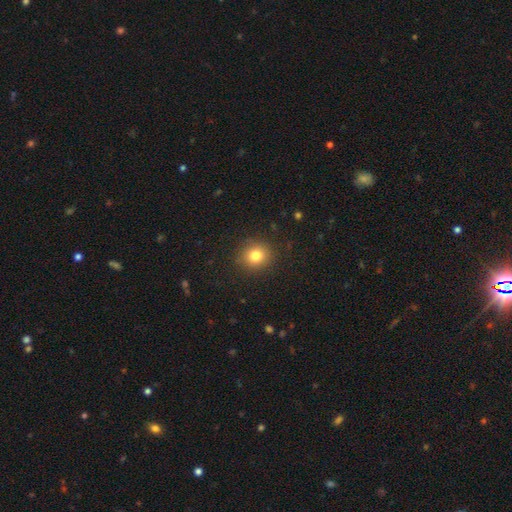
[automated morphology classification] smooth-or-featured: smooth: 80% | star or artifact: 12% | featured or disk: 8%
  how-rounded: round: 86% | in between: 13% | cigar-shaped: 1%
  merging: none: 89% | minor disturbance: 7% | major disturbance: 3% | merger: 1%